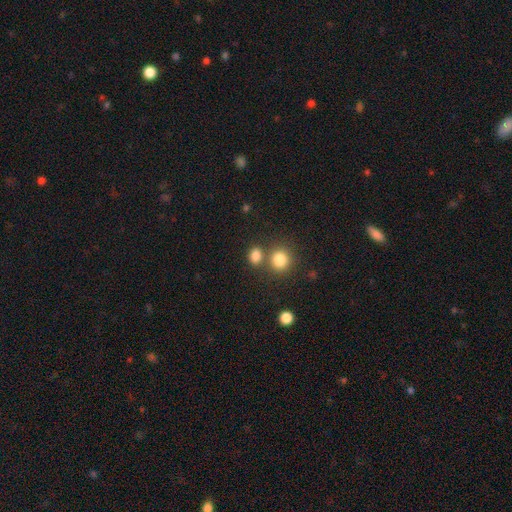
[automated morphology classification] type=smooth (82%); roundness=round (53%); merging=none (62%).